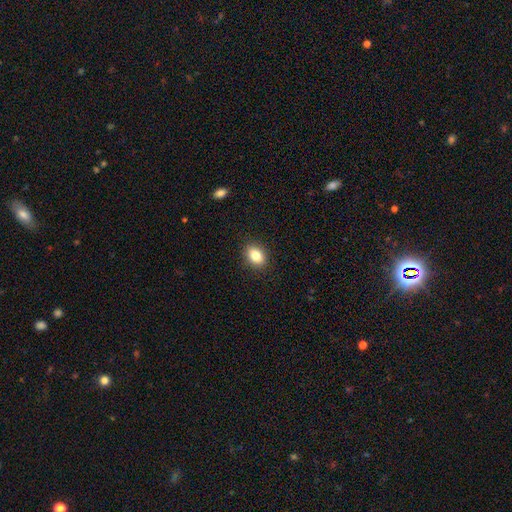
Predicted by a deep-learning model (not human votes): Smooth or featured? Predicted: smooth (p=0.84). How rounded? Predicted: in between (p=0.74). Merging? Predicted: none (p=0.89).